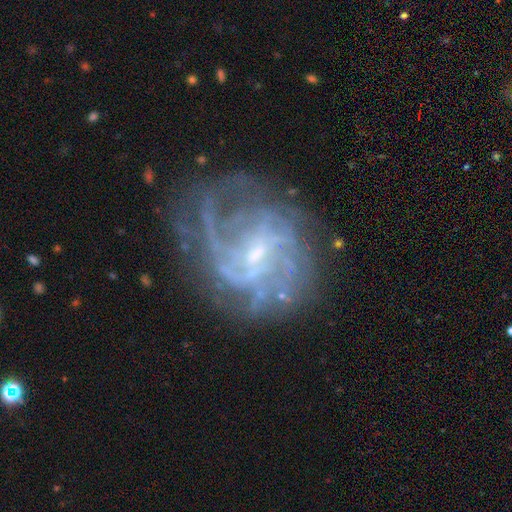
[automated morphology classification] Q: Smooth or featured?
A: featured or disk (85%); runner-up: star or artifact (9%)
Q: Edge-on disk?
A: no (97%); runner-up: yes (3%)
Q: Bar?
A: weak (56%); runner-up: no (30%)
Q: Spiral arms?
A: yes (92%); runner-up: no (8%)
Q: Spiral winding?
A: medium (41%); tied with: tight (41%)
Q: Spiral arm count?
A: can't tell (35%); runner-up: 4 (17%)
Q: Bulge size?
A: small (68%); runner-up: moderate (20%)
Q: Merging?
A: none (60%); runner-up: minor disturbance (19%)